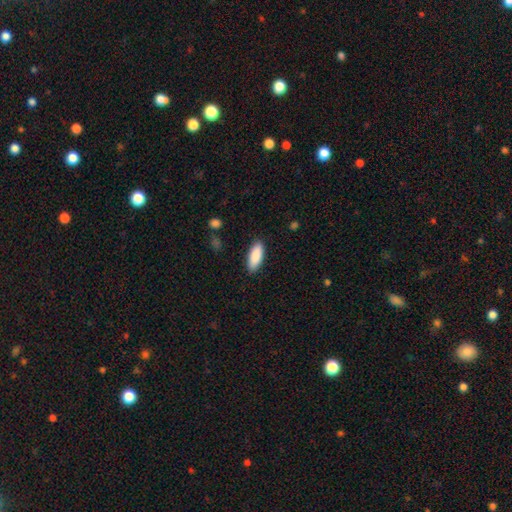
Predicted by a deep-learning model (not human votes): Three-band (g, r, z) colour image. It shows a smooth galaxy with no disk features (89%) that is in between round and cigar-shaped (76%). Merging: none (88%).